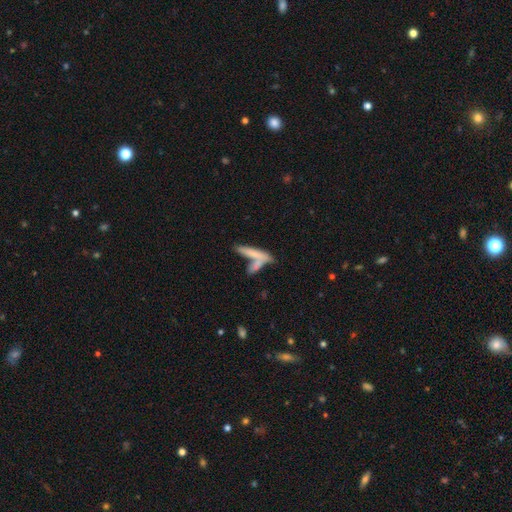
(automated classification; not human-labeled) A smooth galaxy with no disk features (66%) that is cigar-shaped (78%).

Vote fractions:
- Smooth or featured? smooth: 66% / featured or disk: 26% / star or artifact: 8%
- How rounded? cigar-shaped: 78% / in between: 20% / round: 2%
- Merging? merger: 45% / none: 40% / minor disturbance: 10% / major disturbance: 5%